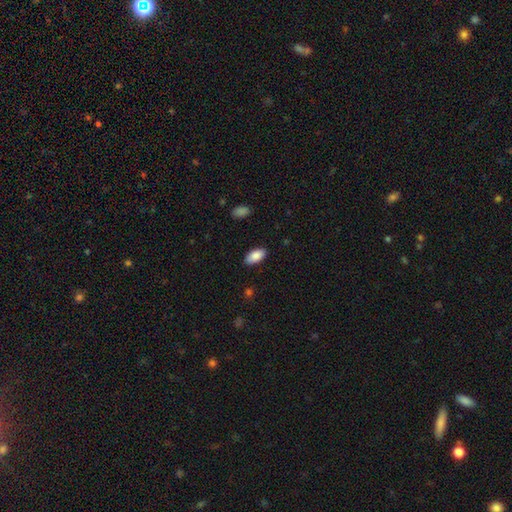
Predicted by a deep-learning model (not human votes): smooth 88%, star or artifact 6%, featured or disk 5%. Down the decision tree: how rounded — in between (94%); merging — none (87%).